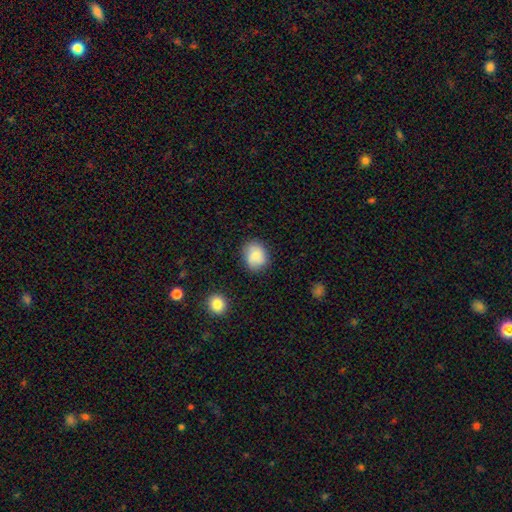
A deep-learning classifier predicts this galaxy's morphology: Smooth or featured? smooth (76%)
How rounded? round (65%)
Merging? none (78%)